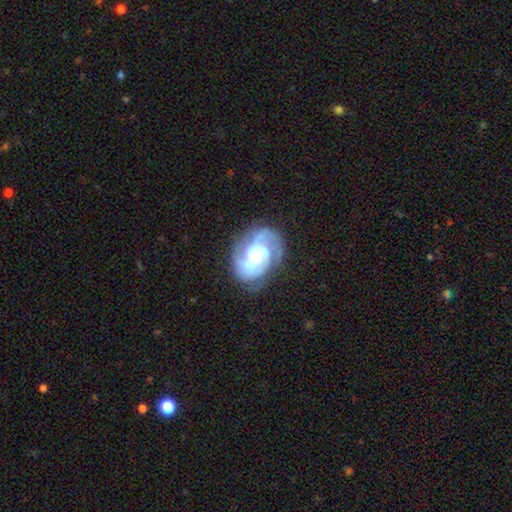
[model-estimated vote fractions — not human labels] Overall: featured or disk (84%). Edge-on disk: no (98%). Bar: no (62%; weak 30%). Spiral arms: yes (96%). Spiral arm count: 2 (39%; 3 33%). Spiral winding: tight (47%; medium 42%). Bulge size: small (46%; moderate 41%). Merging: none (69%).